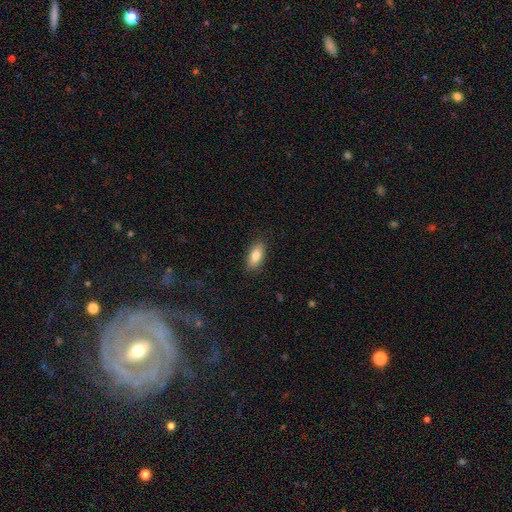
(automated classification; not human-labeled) Smooth or featured?
  - smooth: 81% *
  - featured or disk: 12%
  - star or artifact: 7%
How rounded?
  - in between: 86% *
  - cigar-shaped: 12%
  - round: 3%
Merging?
  - none: 87% *
  - minor disturbance: 10%
  - major disturbance: 2%
  - merger: 1%